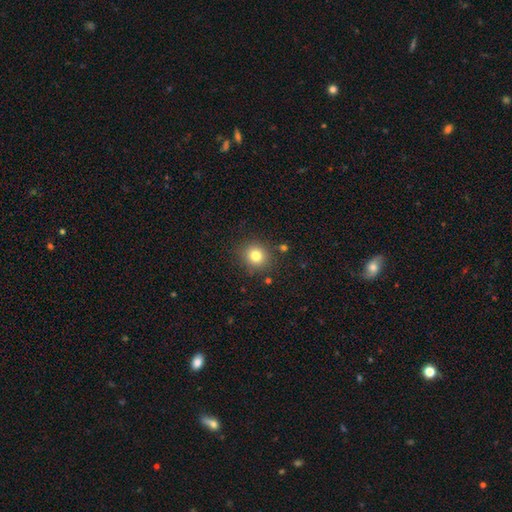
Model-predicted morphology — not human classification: A smooth galaxy with no disk features (80%) that is round (87%).

Vote fractions:
- Smooth or featured? smooth: 80% / star or artifact: 13% / featured or disk: 7%
- How rounded? round: 87% / in between: 12% / cigar-shaped: 1%
- Merging? none: 86% / minor disturbance: 8% / major disturbance: 3% / merger: 3%